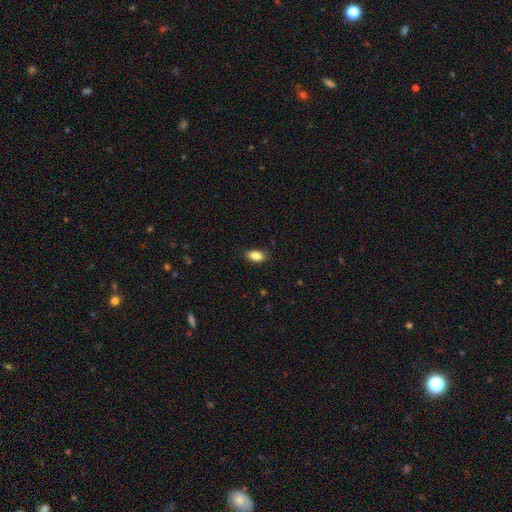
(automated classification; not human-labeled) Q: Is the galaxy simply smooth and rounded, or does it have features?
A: smooth — 86%.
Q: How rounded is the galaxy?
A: in between — 90%.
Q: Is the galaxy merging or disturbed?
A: none — 85%.